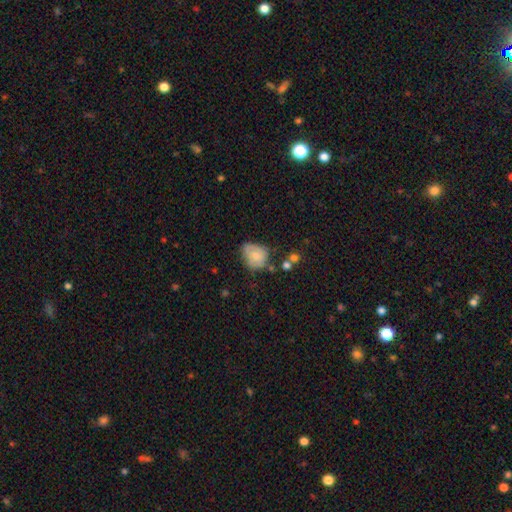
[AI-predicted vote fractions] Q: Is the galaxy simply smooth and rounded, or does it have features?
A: smooth — 67%.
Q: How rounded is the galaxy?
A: round — 54%.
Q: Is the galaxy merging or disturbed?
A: none — 47%.